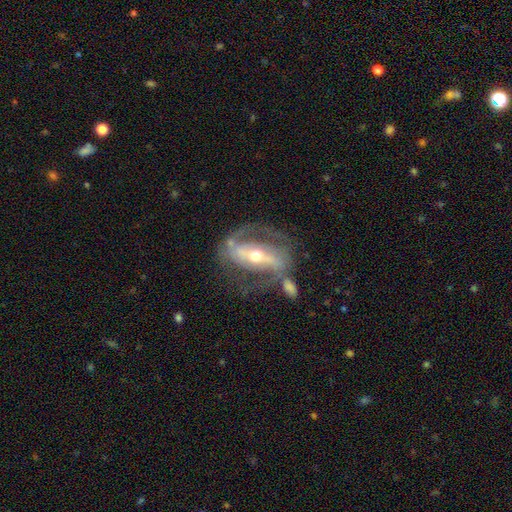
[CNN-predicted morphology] This is clearly a featured or disk galaxy (85%). It is clearly not viewed edge-on (91%). Bar: likely strong (66%). Spiral arm pattern: clearly yes (83%). Spiral arm count: clearly 2 (84%). Spiral winding: possibly medium (47%). Central bulge: likely moderate (66%). Merging: possibly none (58%).